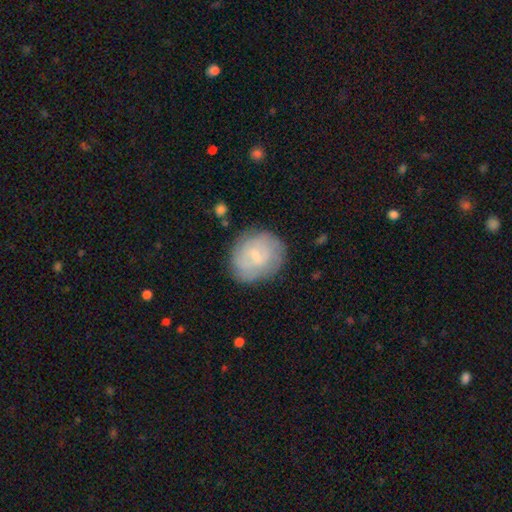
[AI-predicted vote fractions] Morphology: type=featured or disk (49%); merging=none (76%).